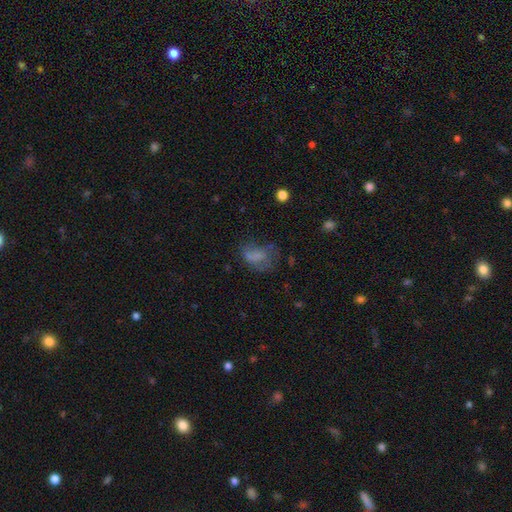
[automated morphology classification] A smooth galaxy with no disk features (56%) that is in between round and cigar-shaped (82%).

Vote fractions:
- Smooth or featured? smooth: 56% / featured or disk: 29% / star or artifact: 15%
- How rounded? in between: 82% / round: 15% / cigar-shaped: 3%
- Merging? major disturbance: 35% / none: 34% / minor disturbance: 25% / merger: 5%